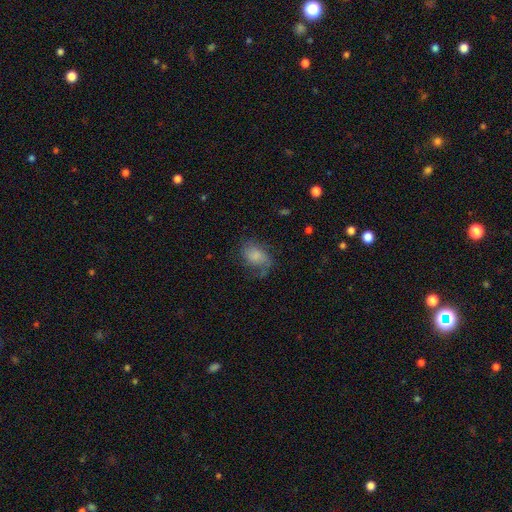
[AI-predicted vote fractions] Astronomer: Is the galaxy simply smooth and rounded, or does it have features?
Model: smooth — 56% (runner-up: featured or disk, 34%).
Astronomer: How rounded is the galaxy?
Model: in between — 76%.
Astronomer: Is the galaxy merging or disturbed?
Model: none — 48% (runner-up: minor disturbance, 26%).